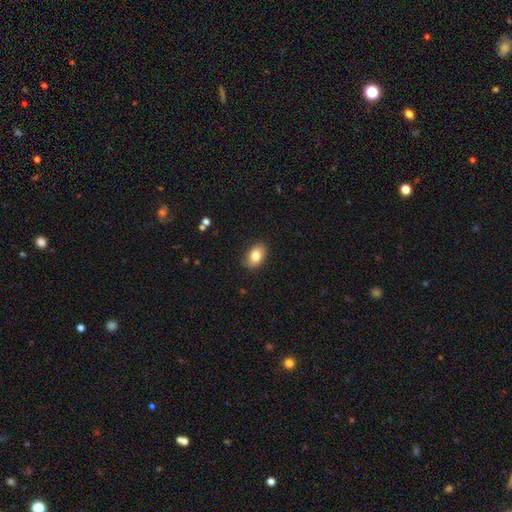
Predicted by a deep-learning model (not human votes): Smooth or featured?
  - smooth: 82% *
  - featured or disk: 10%
  - star or artifact: 8%
How rounded?
  - in between: 83% *
  - round: 16%
  - cigar-shaped: 1%
Merging?
  - none: 86% *
  - minor disturbance: 11%
  - major disturbance: 2%
  - merger: 1%